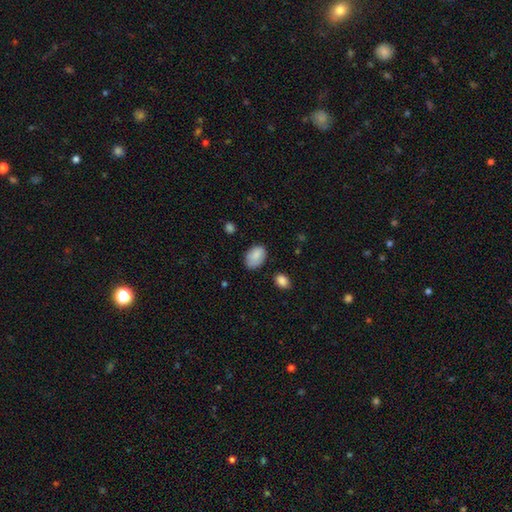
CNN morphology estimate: Smooth or featured? smooth (87%)
How rounded? in between (84%)
Merging? none (73%)